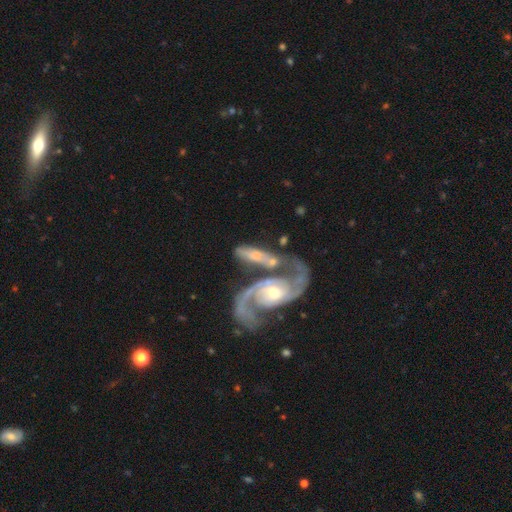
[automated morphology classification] This is likely a featured or disk galaxy (73%). It is clearly not viewed edge-on (90%). Bar: possibly no (54%). Spiral arm pattern: clearly yes (91%). Spiral arm count: clearly 2 (88%). Spiral winding: marginally medium (43%). Central bulge: possibly small (48%). Merging: possibly merger (46%).